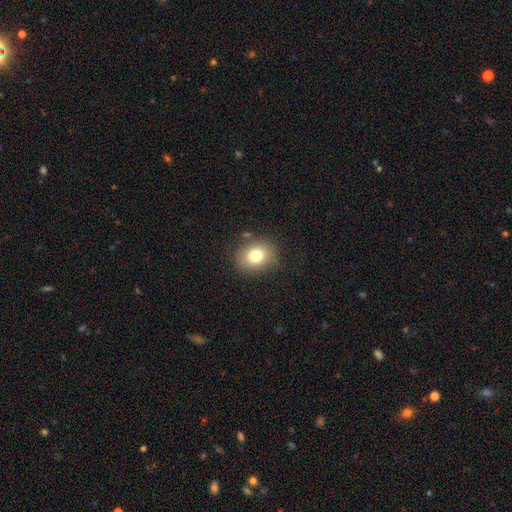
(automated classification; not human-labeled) This appears to be a smooth galaxy with no disk features (77%) that is round (56%). Merging: none (81%).